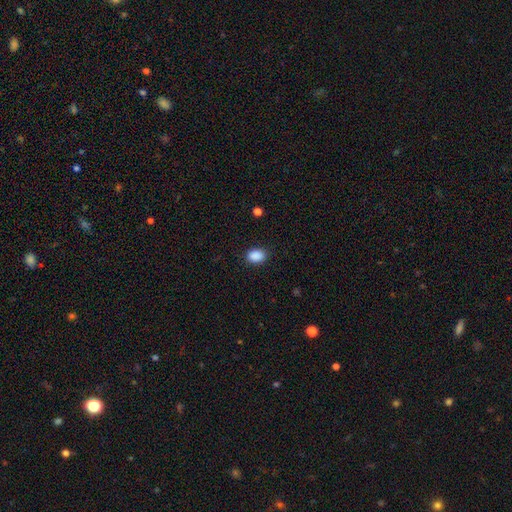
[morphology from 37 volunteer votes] This is clearly a smooth galaxy (86%). How rounded: likely in between (78%). Merging: clearly none (91%).